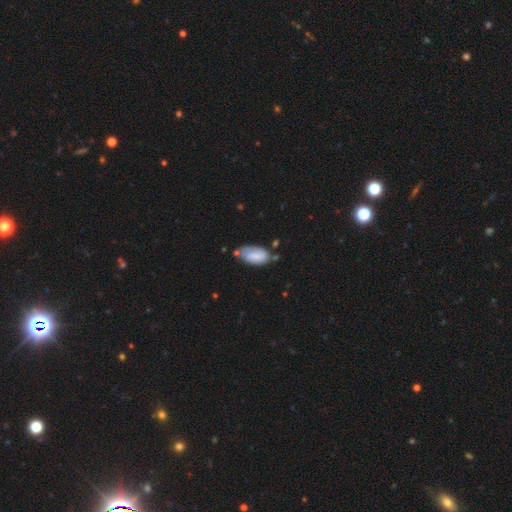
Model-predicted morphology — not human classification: This appears to be a smooth galaxy with no disk features (70%) that is in between round and cigar-shaped (93%). Merging: none (52%).